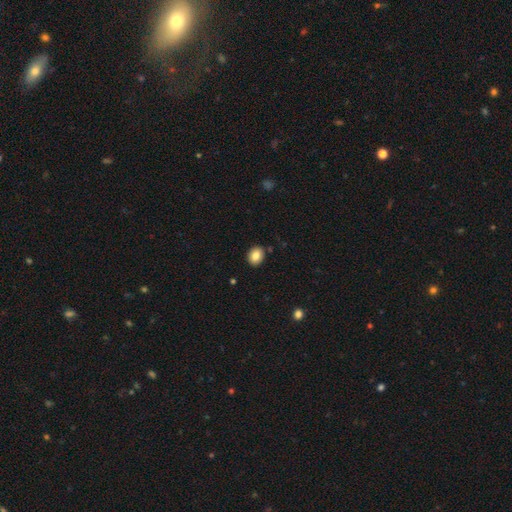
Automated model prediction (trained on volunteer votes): Overall: smooth (83%). How rounded: round (50%; in between 49%). Merging: none (89%).